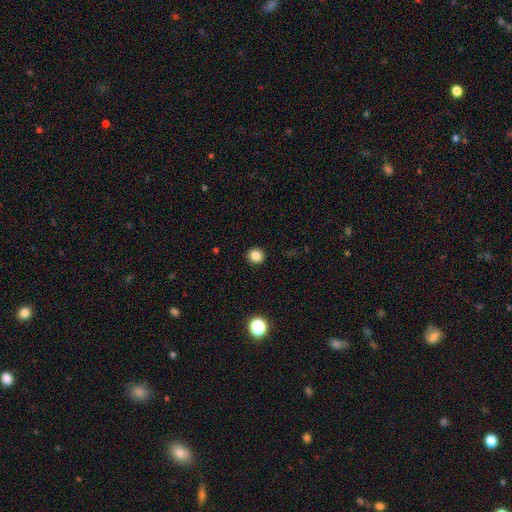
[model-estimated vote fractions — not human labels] A smooth galaxy with no disk features (85%) that is round (91%). Merging: none (93%).